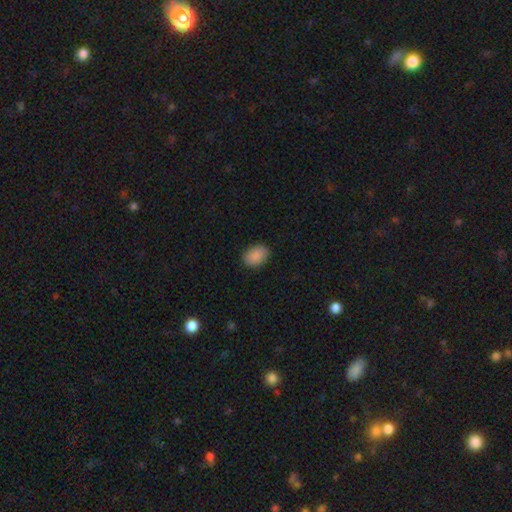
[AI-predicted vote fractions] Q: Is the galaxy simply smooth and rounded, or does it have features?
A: smooth — 89%.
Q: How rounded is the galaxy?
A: in between — 80%.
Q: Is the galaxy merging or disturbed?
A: none — 88%.